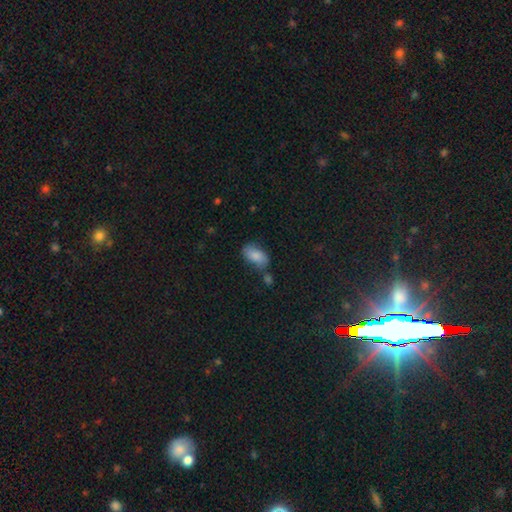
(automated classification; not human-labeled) The model was most divided on "merging": none: 63%, minor disturbance: 21%, merger: 10%, major disturbance: 6%. More confident: how rounded — in between (93%); smooth or featured — smooth (84%).